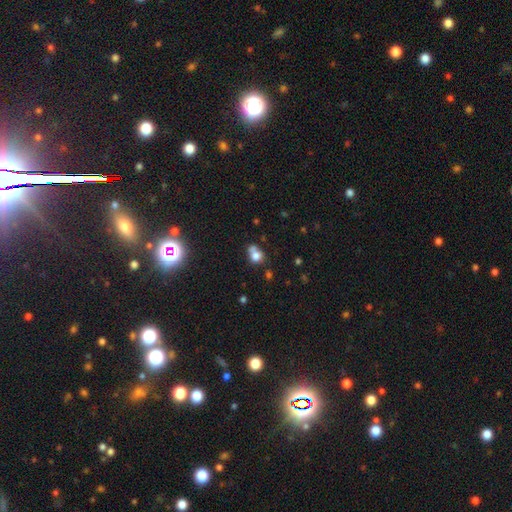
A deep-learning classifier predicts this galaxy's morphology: smooth 74%, star or artifact 14%, featured or disk 13%. Down the decision tree: how rounded — round (64%); merging — merger (40%).